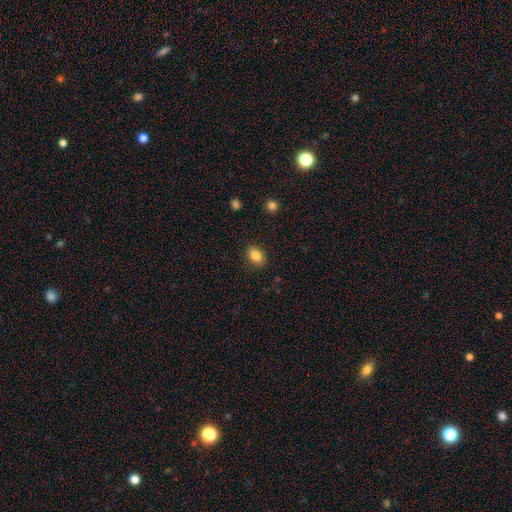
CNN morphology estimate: A smooth galaxy with no disk features (85%) that is in between round and cigar-shaped (82%).

Vote fractions:
- Smooth or featured? smooth: 85% / star or artifact: 9% / featured or disk: 6%
- How rounded? in between: 82% / round: 16% / cigar-shaped: 1%
- Merging? none: 88% / minor disturbance: 9% / major disturbance: 2% / merger: 1%